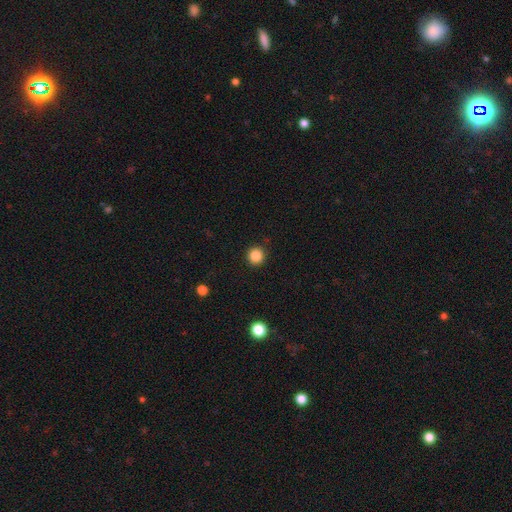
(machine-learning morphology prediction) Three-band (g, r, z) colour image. It shows a smooth galaxy with no disk features (86%) that is round (95%). Merging: none (92%).